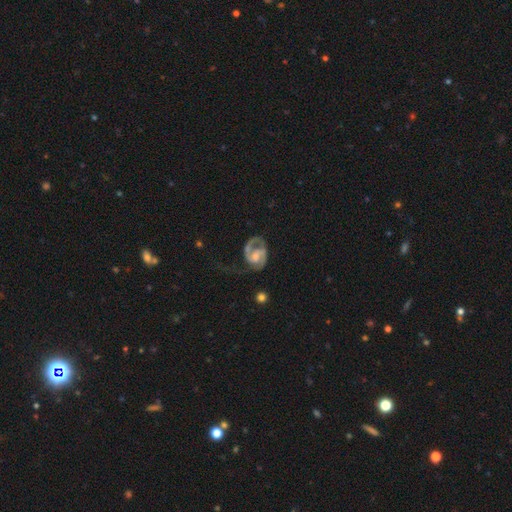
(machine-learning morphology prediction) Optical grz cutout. It shows a featured or disk galaxy (84%) with a weak bar (45%), 2 (71%) medium (49%) spiral arms (94%) and a moderate central bulge (43%). Merging: none (42%).